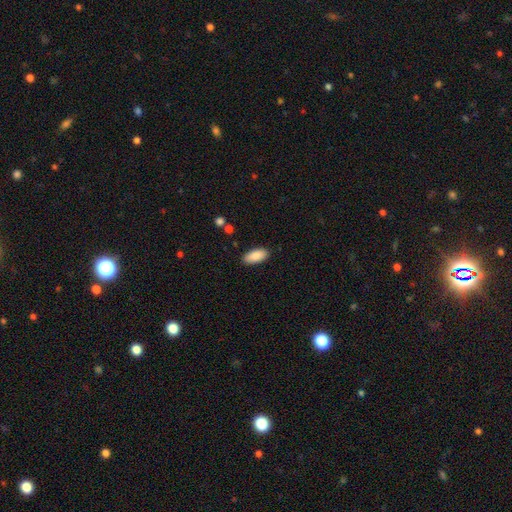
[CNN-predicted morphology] The model was most divided on "merging": none: 88%, minor disturbance: 8%, major disturbance: 2%, merger: 1%. More confident: how rounded — in between (90%); smooth or featured — smooth (89%).